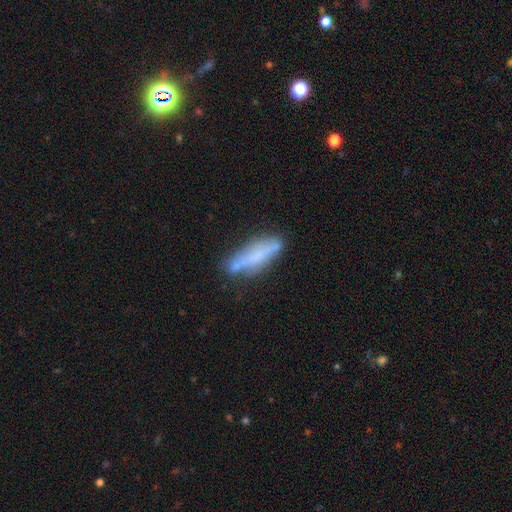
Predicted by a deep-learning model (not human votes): smooth-or-featured: smooth: 53% | featured or disk: 38% | star or artifact: 9%
  how-rounded: cigar-shaped: 78% | in between: 21% | round: 2%
  merging: none: 67% | minor disturbance: 21% | merger: 6% | major disturbance: 6%